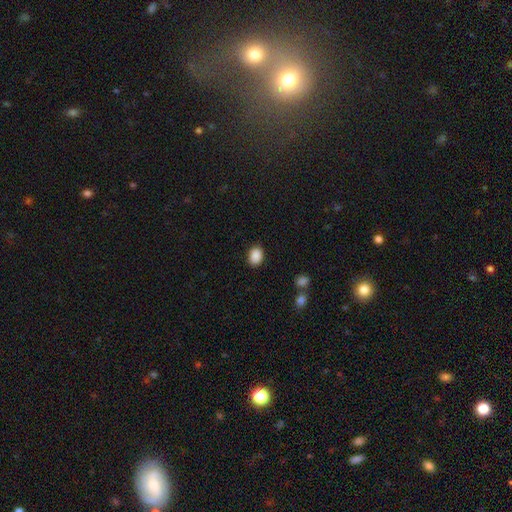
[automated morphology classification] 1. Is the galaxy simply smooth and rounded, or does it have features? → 89% smooth, 8% star or artifact, 3% featured or disk.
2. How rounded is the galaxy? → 67% in between, 32% round, 1% cigar-shaped.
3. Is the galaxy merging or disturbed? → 87% none, 9% minor disturbance, 3% major disturbance, 1% merger.